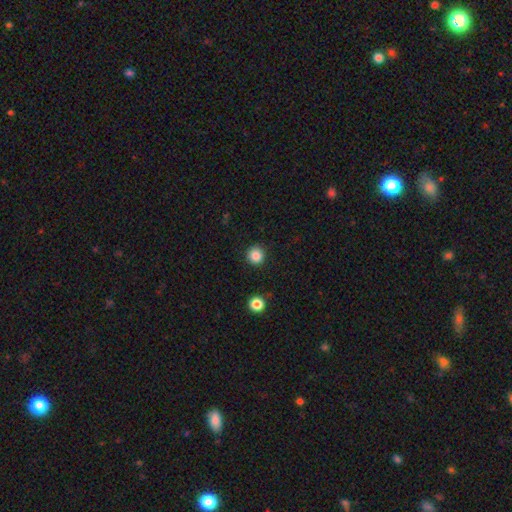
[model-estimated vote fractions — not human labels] smooth 86%, star or artifact 11%, featured or disk 4%. Down the decision tree: how rounded — round (94%); merging — none (91%).